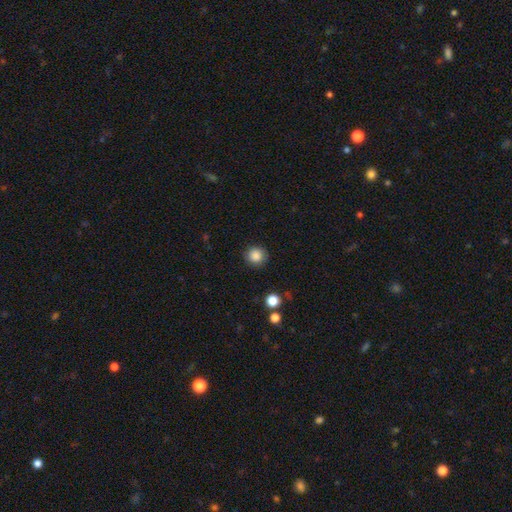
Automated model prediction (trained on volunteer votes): Morphology: type=smooth (87%); roundness=round (92%); merging=none (89%).